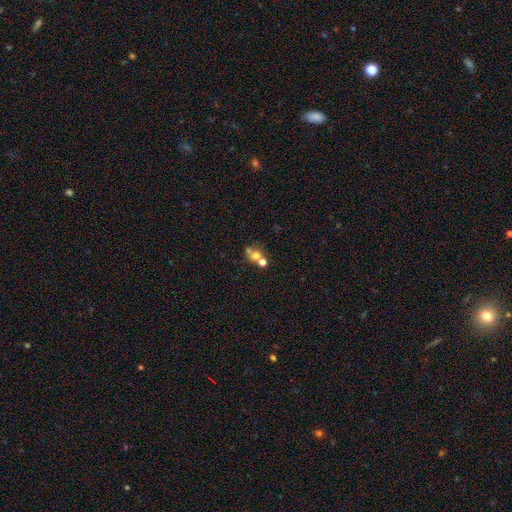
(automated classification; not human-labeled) Morphology: type=smooth (61%); roundness=round (72%); merging=merger (54%).